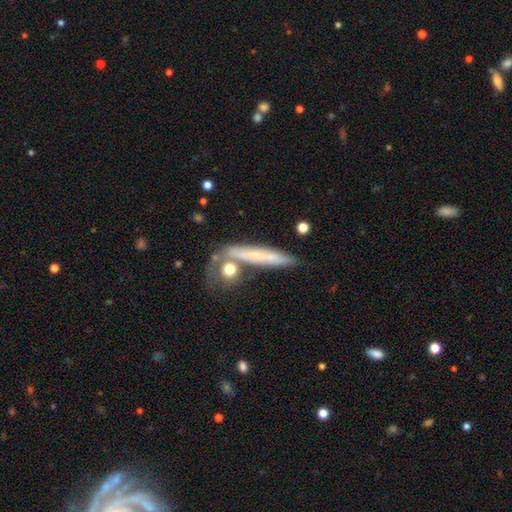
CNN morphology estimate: This appears to be a smooth galaxy with no disk features (50%). Merging: none (66%).